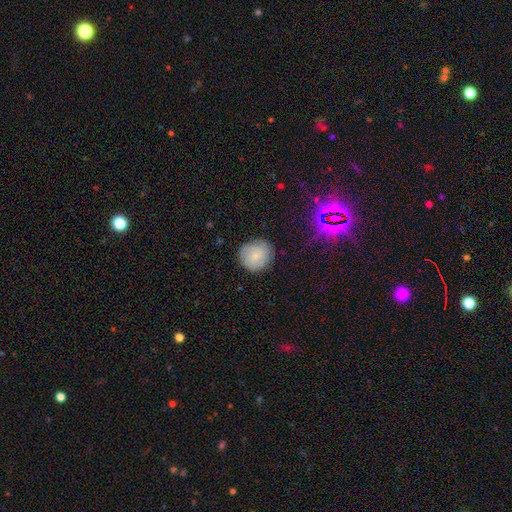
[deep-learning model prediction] Overall: smooth (70%). How rounded: round (89%). Merging: none (82%).